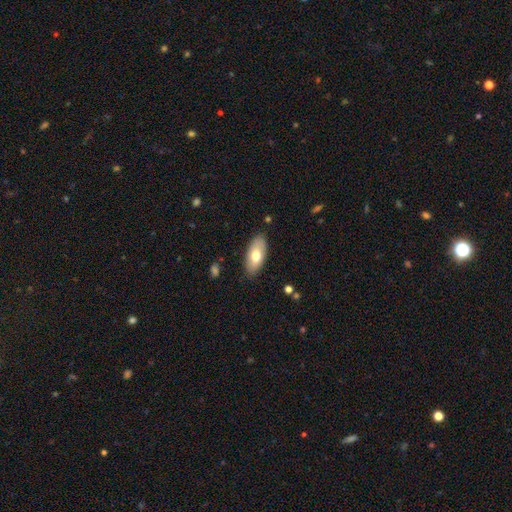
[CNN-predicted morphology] Smooth or featured?
  - smooth: 71% *
  - featured or disk: 23%
  - star or artifact: 6%
How rounded?
  - in between: 90% *
  - cigar-shaped: 8%
  - round: 2%
Merging?
  - none: 85% *
  - minor disturbance: 11%
  - major disturbance: 2%
  - merger: 1%